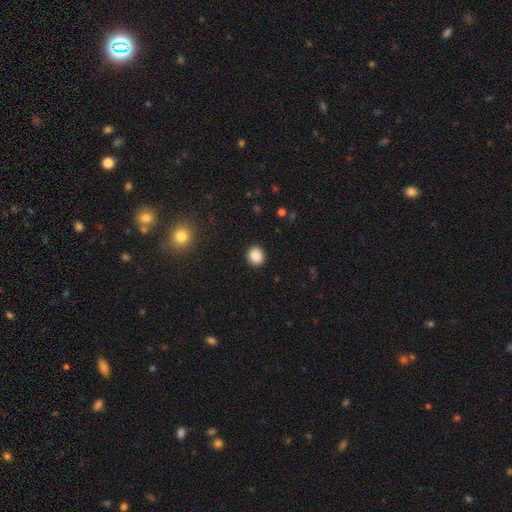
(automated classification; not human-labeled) This is clearly a smooth galaxy (88%). How rounded: likely round (78%). Merging: clearly none (92%).